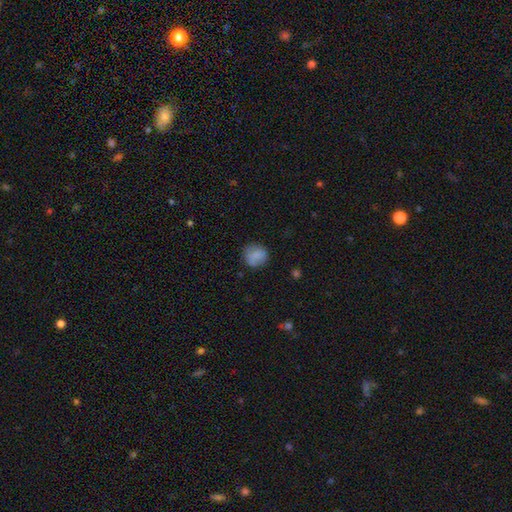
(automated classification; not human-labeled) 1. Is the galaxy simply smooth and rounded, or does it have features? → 80% smooth, 12% featured or disk, 9% star or artifact.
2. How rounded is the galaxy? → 87% round, 12% in between, 1% cigar-shaped.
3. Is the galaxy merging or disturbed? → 80% none, 14% minor disturbance, 4% major disturbance, 1% merger.